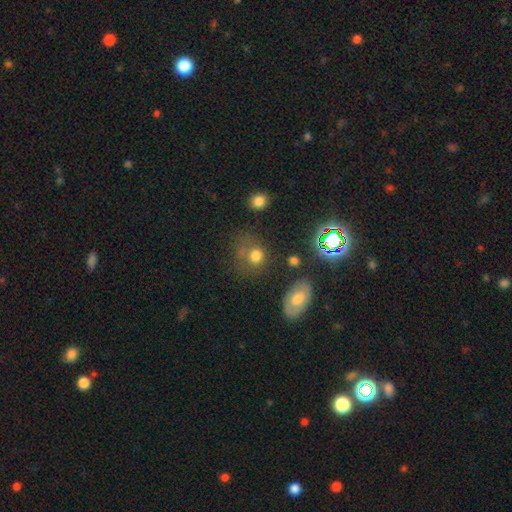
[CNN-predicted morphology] smooth-or-featured: smooth: 71% | star or artifact: 18% | featured or disk: 11%
  how-rounded: round: 73% | in between: 26% | cigar-shaped: 1%
  merging: none: 57% | minor disturbance: 18% | major disturbance: 14% | merger: 11%